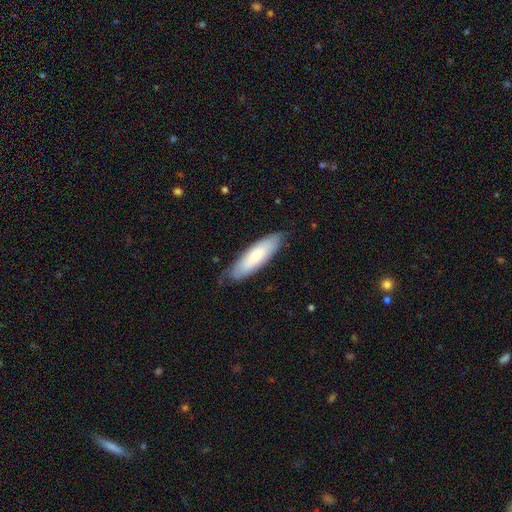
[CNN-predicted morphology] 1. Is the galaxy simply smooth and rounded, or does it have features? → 66% smooth, 29% featured or disk, 6% star or artifact.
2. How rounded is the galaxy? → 52% cigar-shaped, 47% in between, 1% round.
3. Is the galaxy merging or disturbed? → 77% none, 19% minor disturbance, 4% major disturbance, 1% merger.